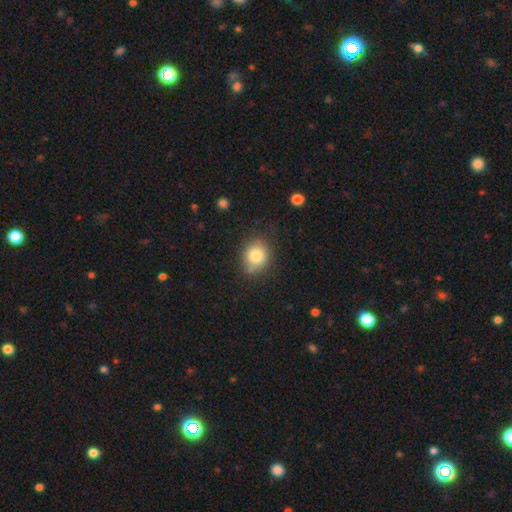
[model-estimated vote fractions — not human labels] Smooth or featured?
  - smooth: 80% *
  - star or artifact: 10%
  - featured or disk: 10%
How rounded?
  - round: 66% *
  - in between: 33%
  - cigar-shaped: 1%
Merging?
  - none: 75% *
  - minor disturbance: 17%
  - merger: 5%
  - major disturbance: 4%